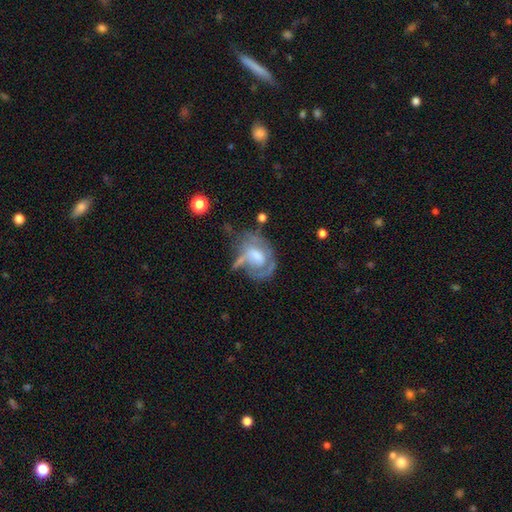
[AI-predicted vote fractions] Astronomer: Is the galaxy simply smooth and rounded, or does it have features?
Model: featured or disk — 64%.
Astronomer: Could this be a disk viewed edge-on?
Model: no — 96%.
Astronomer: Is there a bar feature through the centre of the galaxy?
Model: no — 50% (runner-up: weak, 40%).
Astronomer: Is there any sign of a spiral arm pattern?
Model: yes — 65%.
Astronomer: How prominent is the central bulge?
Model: moderate — 44% (runner-up: small, 21%).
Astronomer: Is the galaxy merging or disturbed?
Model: major disturbance — 35% (runner-up: none, 30%).